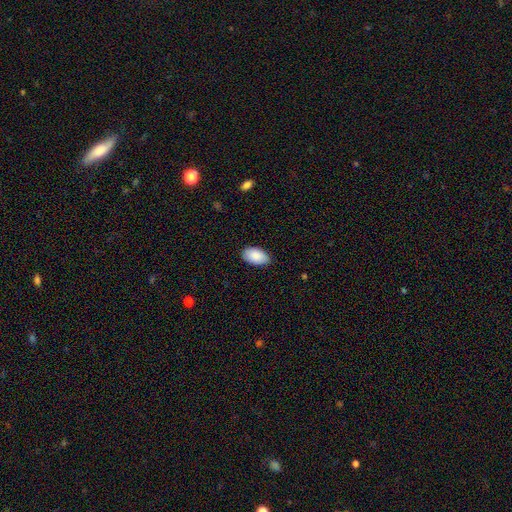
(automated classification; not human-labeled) Morphology: type=smooth (89%); roundness=in between (95%); merging=none (81%).